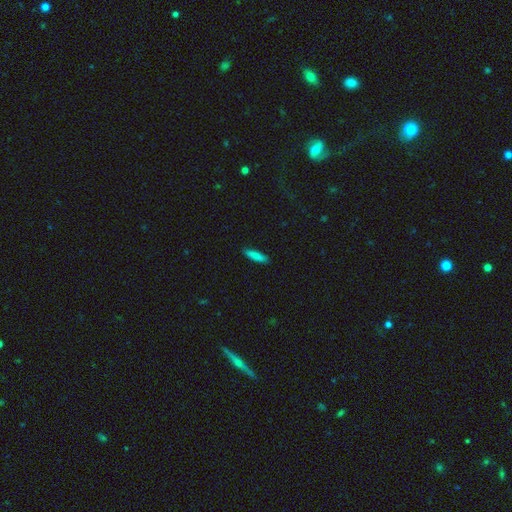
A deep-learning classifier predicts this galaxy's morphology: Smooth or featured? Predicted: smooth (p=0.85). How rounded? Predicted: cigar-shaped (p=0.77). Merging? Predicted: none (p=0.90).